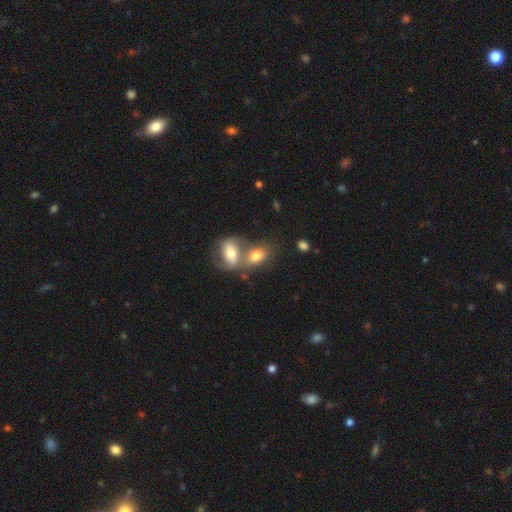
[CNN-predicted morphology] type=smooth (67%); roundness=in between (78%); merging=merger (61%).